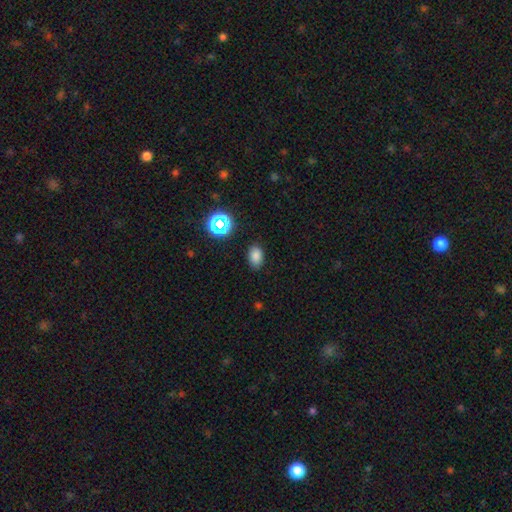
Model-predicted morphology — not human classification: A smooth galaxy with no disk features (80%) that is in between round and cigar-shaped (84%).

Vote fractions:
- Smooth or featured? smooth: 80% / star or artifact: 15% / featured or disk: 5%
- How rounded? in between: 84% / round: 15% / cigar-shaped: 1%
- Merging? none: 84% / minor disturbance: 11% / major disturbance: 3% / merger: 1%